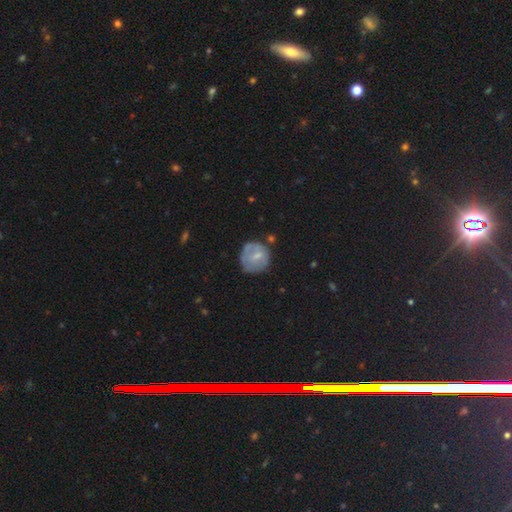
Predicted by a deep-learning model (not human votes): This is possibly a smooth galaxy (59%). How rounded: clearly round (88%). Merging: likely none (64%).